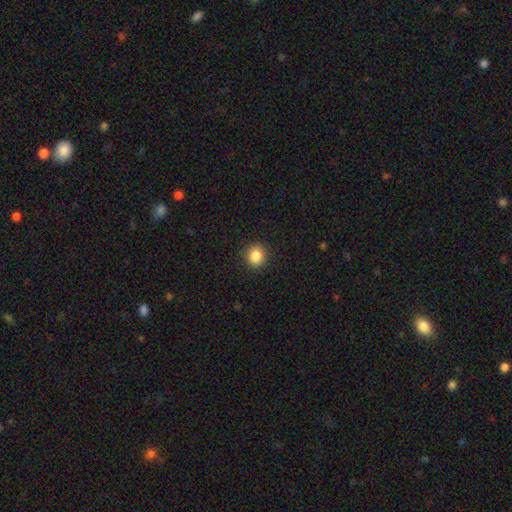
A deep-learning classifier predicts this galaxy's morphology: A smooth galaxy with no disk features (86%) that is round (85%). Merging: none (91%).